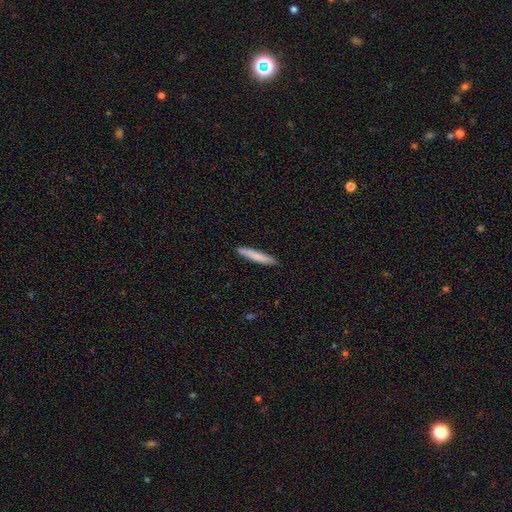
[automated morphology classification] This appears to be a smooth galaxy with no disk features (78%) that is cigar-shaped (95%). Merging: none (89%).